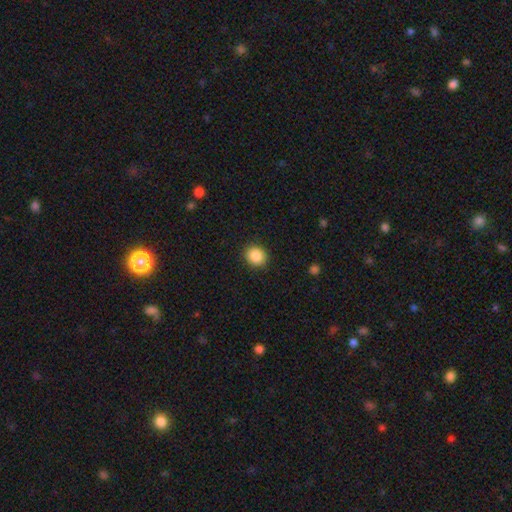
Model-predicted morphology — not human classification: A smooth galaxy with no disk features (87%) that is round (76%). Merging: none (90%).